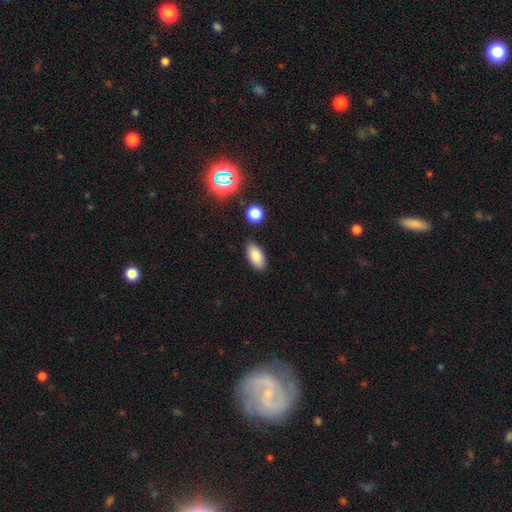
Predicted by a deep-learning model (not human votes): smooth_or_featured: smooth (p=0.84) [alt: star or artifact p=0.08]
how_rounded: in between (p=0.92) [alt: cigar-shaped p=0.05]
merging: none (p=0.86) [alt: minor disturbance p=0.09]